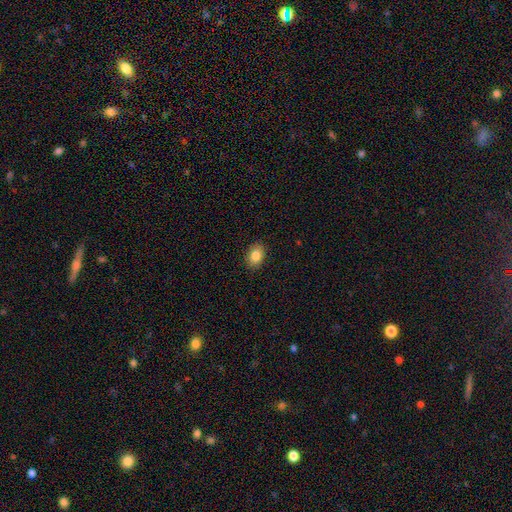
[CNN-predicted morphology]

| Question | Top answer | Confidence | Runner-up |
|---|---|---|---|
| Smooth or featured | smooth | 85% | star or artifact (8%) |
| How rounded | in between | 78% | round (21%) |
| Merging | none | 88% | minor disturbance (9%) |